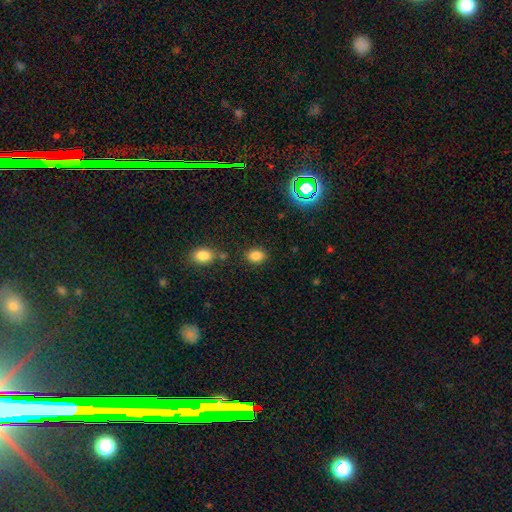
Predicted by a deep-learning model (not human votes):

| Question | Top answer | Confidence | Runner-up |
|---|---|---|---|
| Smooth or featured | smooth | 84% | star or artifact (11%) |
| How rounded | in between | 65% | round (34%) |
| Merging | none | 82% | minor disturbance (10%) |